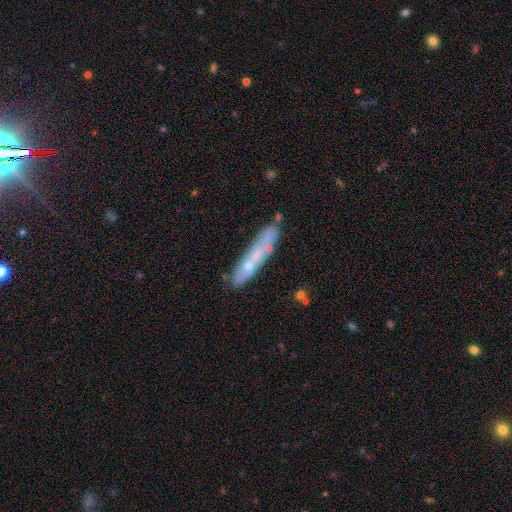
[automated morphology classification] Smooth or featured: featured or disk — 51% (smooth — 40%)
Edge-on disk: no — 53% (yes — 47%)
Merging: none — 64% (minor disturbance — 19%)